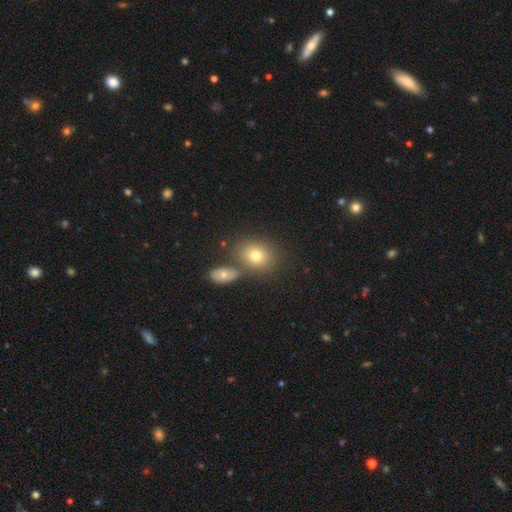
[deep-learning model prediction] Smooth or featured? smooth (74%)
How rounded? in between (52%)
Merging? none (65%)